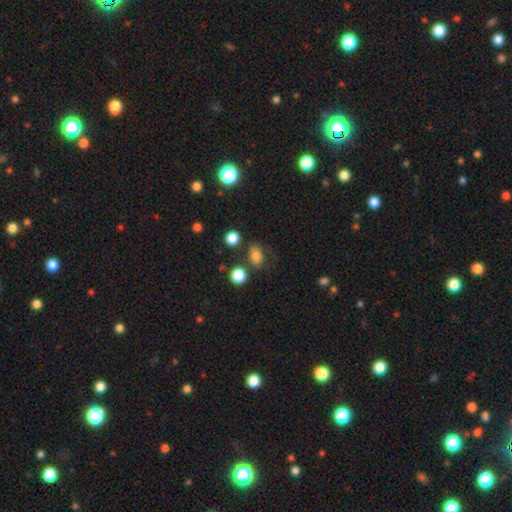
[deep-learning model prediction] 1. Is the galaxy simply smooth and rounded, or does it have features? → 78% smooth, 13% star or artifact, 9% featured or disk.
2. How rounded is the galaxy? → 71% in between, 27% round, 2% cigar-shaped.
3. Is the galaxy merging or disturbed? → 68% none, 18% minor disturbance, 7% merger, 7% major disturbance.